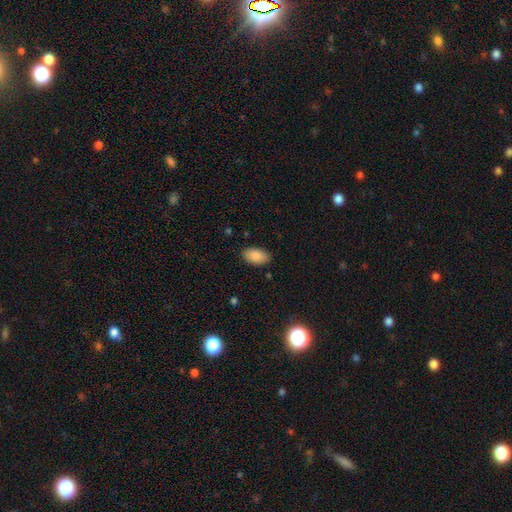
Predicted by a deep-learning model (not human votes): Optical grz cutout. It shows a smooth galaxy with no disk features (87%) that is in between round and cigar-shaped (95%). Merging: none (87%).